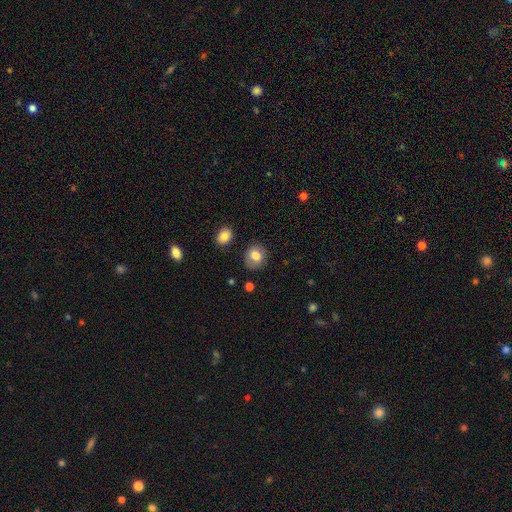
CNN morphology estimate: Overall: smooth (80%). How rounded: round (69%; in between 30%). Merging: none (80%).